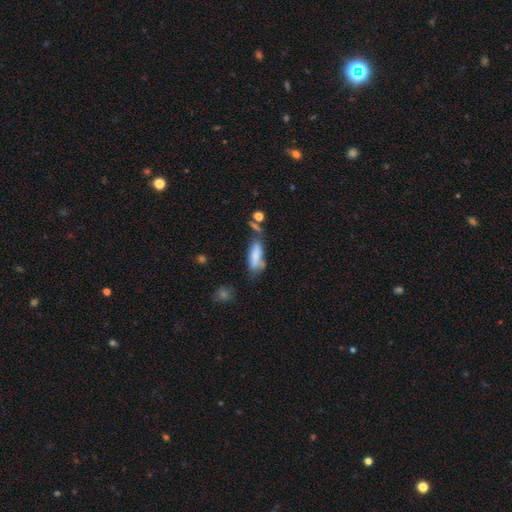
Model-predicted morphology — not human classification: Overall: smooth (75%). How rounded: in between (62%; cigar-shaped 36%). Merging: none (41%; minor disturbance 29%).